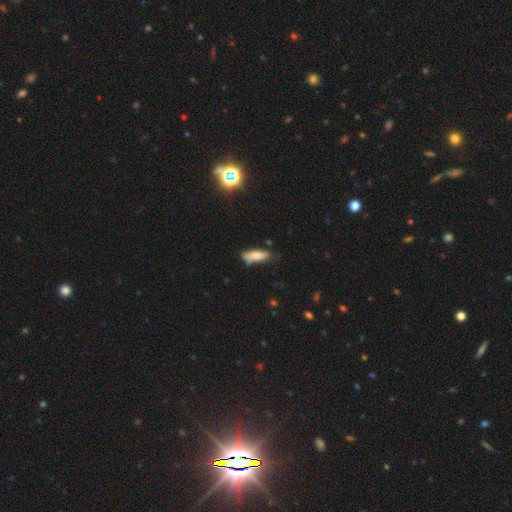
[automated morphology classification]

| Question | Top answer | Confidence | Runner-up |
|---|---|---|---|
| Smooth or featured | smooth | 75% | featured or disk (16%) |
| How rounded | in between | 56% | cigar-shaped (42%) |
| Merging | none | 52% | minor disturbance (32%) |